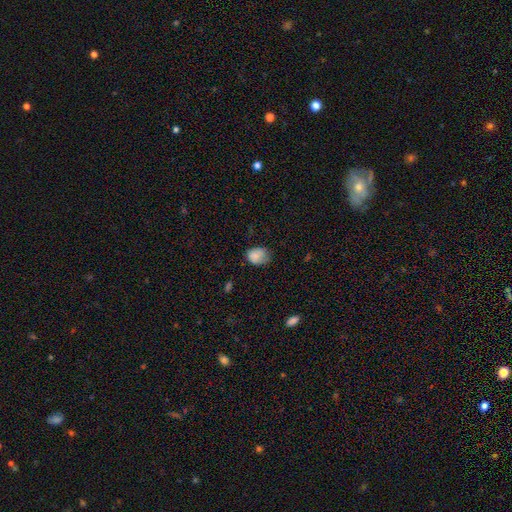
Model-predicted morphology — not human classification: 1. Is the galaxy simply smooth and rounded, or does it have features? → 83% smooth, 9% star or artifact, 9% featured or disk.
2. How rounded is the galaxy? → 56% in between, 43% round, 1% cigar-shaped.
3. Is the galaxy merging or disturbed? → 49% none, 37% minor disturbance, 12% major disturbance, 2% merger.